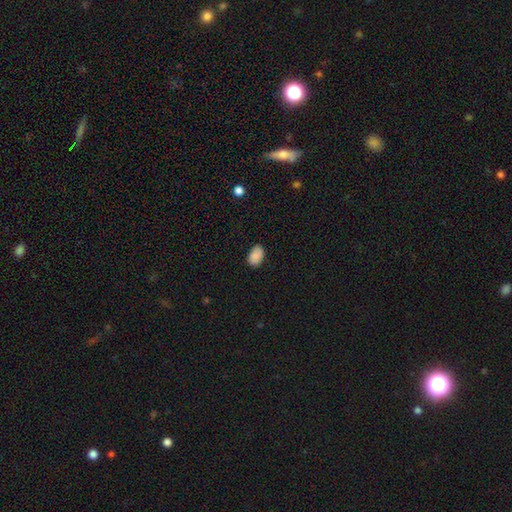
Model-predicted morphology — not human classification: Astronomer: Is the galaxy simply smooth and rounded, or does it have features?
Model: smooth — 88%.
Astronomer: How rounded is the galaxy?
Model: in between — 89%.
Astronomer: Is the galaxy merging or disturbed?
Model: none — 85%.